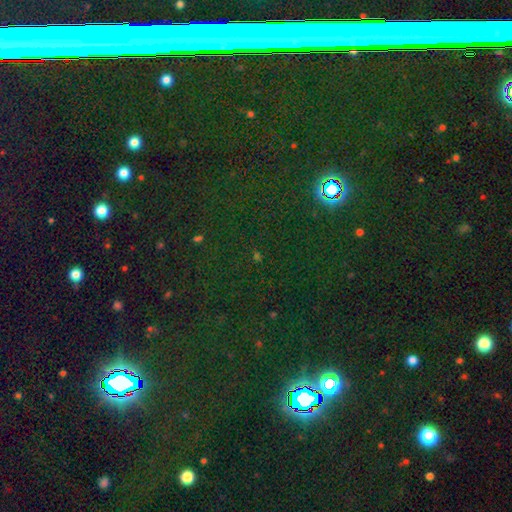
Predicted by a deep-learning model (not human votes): smooth_or_featured: star or artifact (p=0.74) [alt: smooth p=0.16]